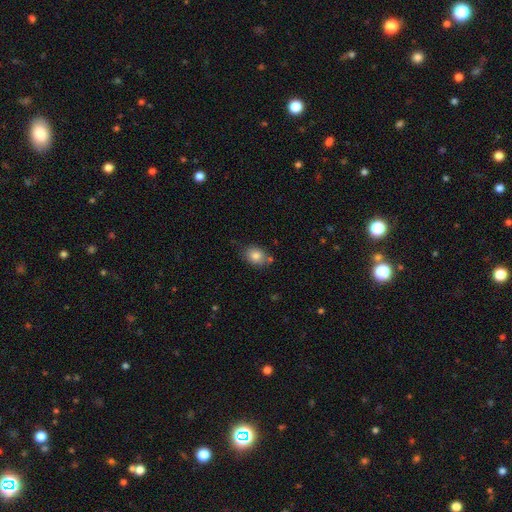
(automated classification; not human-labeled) smooth-or-featured: smooth: 82% | star or artifact: 9% | featured or disk: 9%
  how-rounded: in between: 55% | round: 44% | cigar-shaped: 1%
  merging: none: 73% | minor disturbance: 16% | merger: 7% | major disturbance: 3%